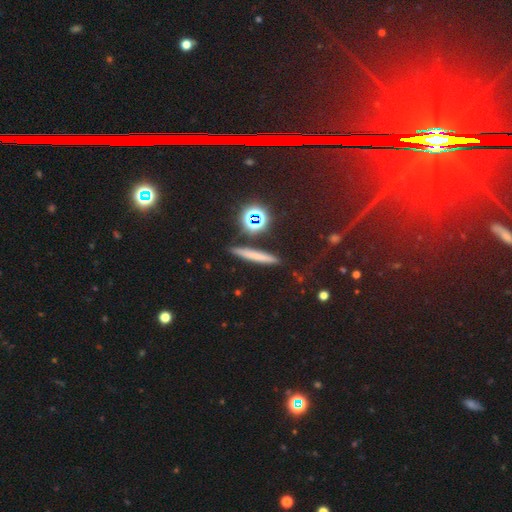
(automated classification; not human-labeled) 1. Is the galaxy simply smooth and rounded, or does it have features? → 58% smooth, 21% featured or disk, 20% star or artifact.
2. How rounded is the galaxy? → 86% cigar-shaped, 8% round, 6% in between.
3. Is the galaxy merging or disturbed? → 87% none, 8% minor disturbance, 3% merger, 2% major disturbance.